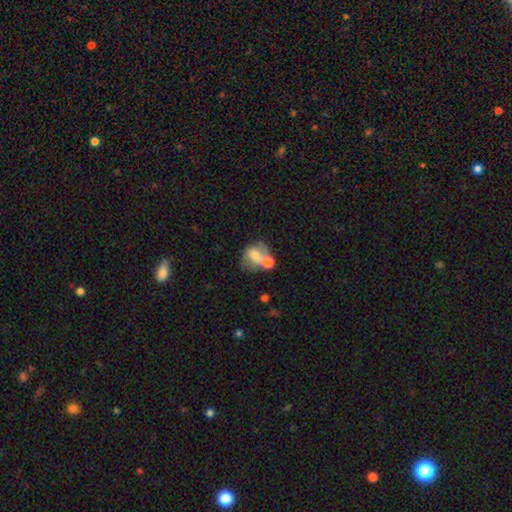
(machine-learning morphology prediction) type=smooth (59%); roundness=round (52%); merging=merger (46%).